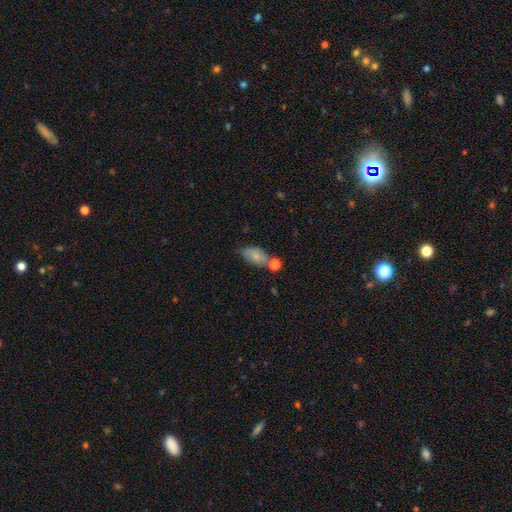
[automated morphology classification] smooth-or-featured: smooth: 76% | featured or disk: 15% | star or artifact: 9%
  how-rounded: in between: 87% | round: 9% | cigar-shaped: 4%
  merging: none: 49% | minor disturbance: 23% | merger: 21% | major disturbance: 8%